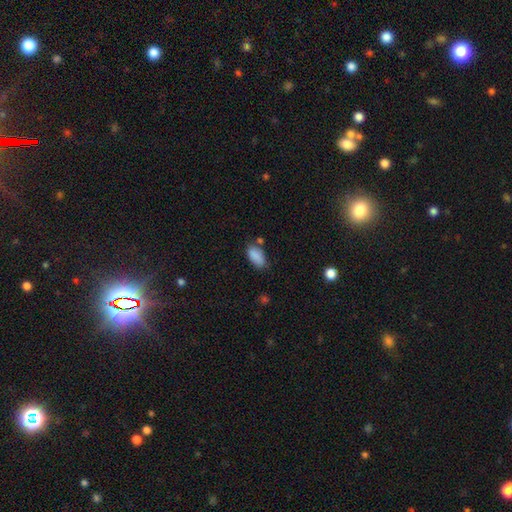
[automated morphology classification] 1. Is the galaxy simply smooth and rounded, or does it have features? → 87% smooth, 8% star or artifact, 5% featured or disk.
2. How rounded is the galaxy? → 92% in between, 4% cigar-shaped, 4% round.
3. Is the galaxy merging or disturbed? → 65% none, 23% minor disturbance, 8% merger, 5% major disturbance.